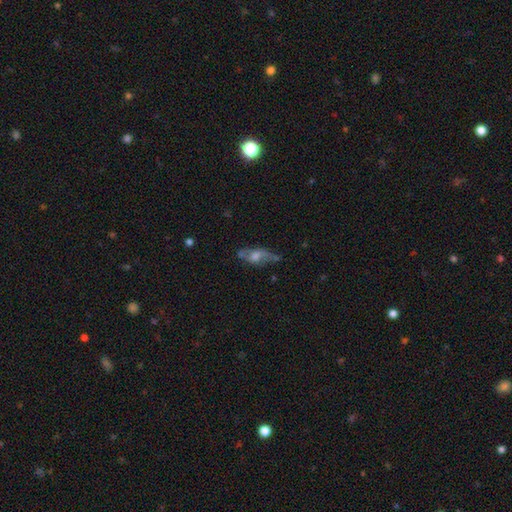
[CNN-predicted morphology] Smooth or featured: featured or disk — 63% (smooth — 26%)
Edge-on disk: no — 67% (yes — 33%)
Merging: none — 62% (minor disturbance — 23%)